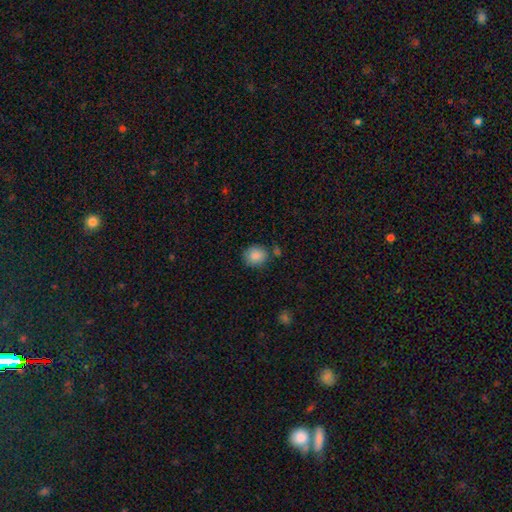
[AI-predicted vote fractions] smooth-or-featured: smooth: 88% | star or artifact: 8% | featured or disk: 4%
  how-rounded: round: 79% | in between: 20% | cigar-shaped: 1%
  merging: none: 77% | minor disturbance: 14% | merger: 6% | major disturbance: 4%